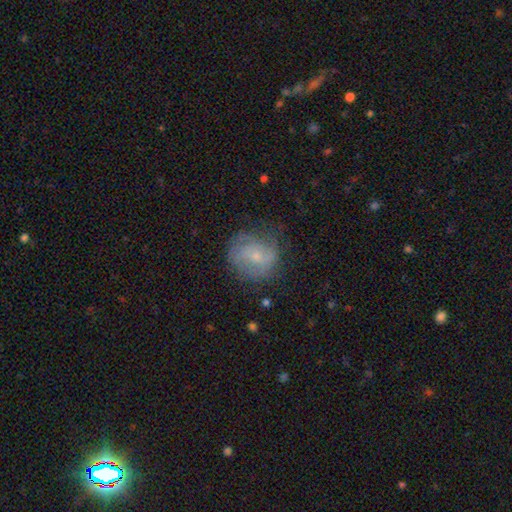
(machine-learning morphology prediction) smooth-or-featured: featured or disk: 53% | smooth: 38% | star or artifact: 9%
  disk-edge-on: no: 97% | yes: 3%
    bar: no: 64% | weak: 31% | strong: 5%
    has-spiral-arms: yes: 75% | no: 25%
    bulge-size: small: 64% | moderate: 28% | none: 5% | large: 1% | dominant: 1%
  merging: none: 63% | minor disturbance: 24% | major disturbance: 11% | merger: 1%